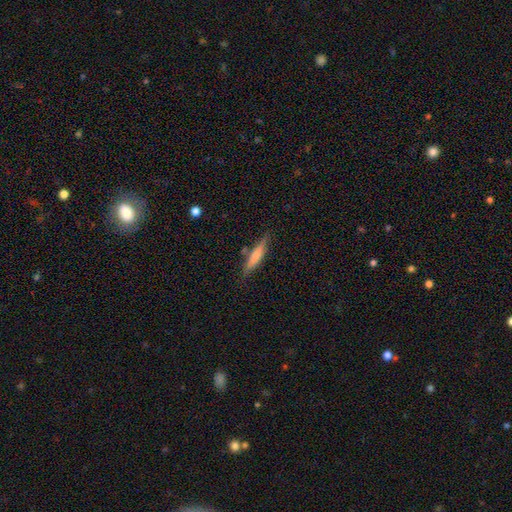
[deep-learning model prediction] A smooth galaxy with no disk features (64%) that is cigar-shaped (85%). Merging: none (80%).